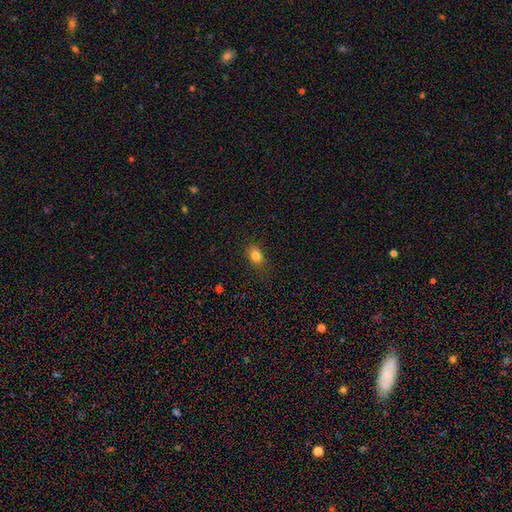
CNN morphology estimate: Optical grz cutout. It shows a smooth galaxy with no disk features (81%) that is in between round and cigar-shaped (68%). Merging: none (81%).